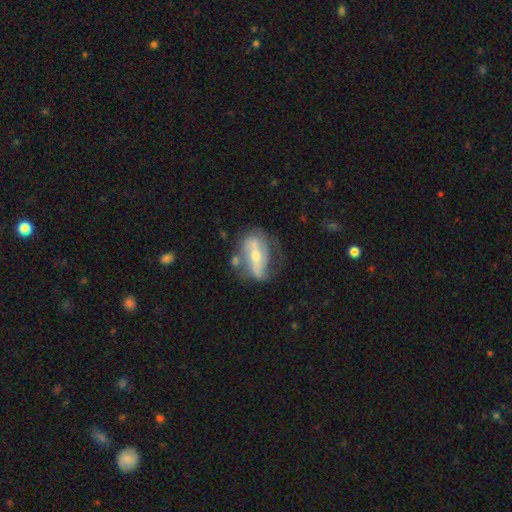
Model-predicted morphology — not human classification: Smooth or featured? Predicted: featured or disk (p=0.73). Edge-on disk? Predicted: no (p=0.89). Bar? Predicted: strong (p=0.52). Spiral arms? Predicted: yes (p=0.75). Bulge size? Predicted: moderate (p=0.55). Merging? Predicted: none (p=0.52).